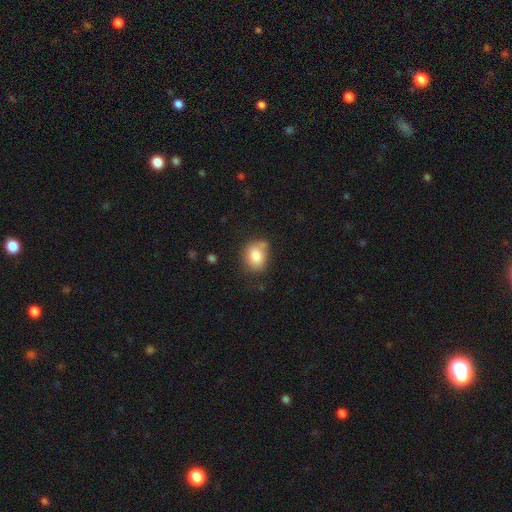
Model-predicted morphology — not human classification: This appears to be a smooth galaxy with no disk features (83%) that is in between round and cigar-shaped (51%). Merging: none (55%).